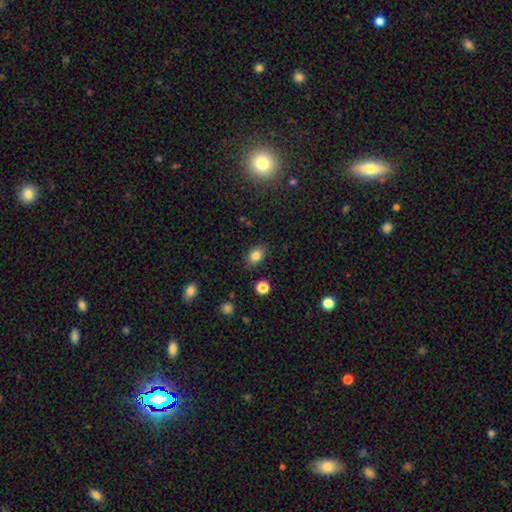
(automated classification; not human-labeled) Morphology: type=smooth (83%); roundness=in between (75%); merging=none (84%).